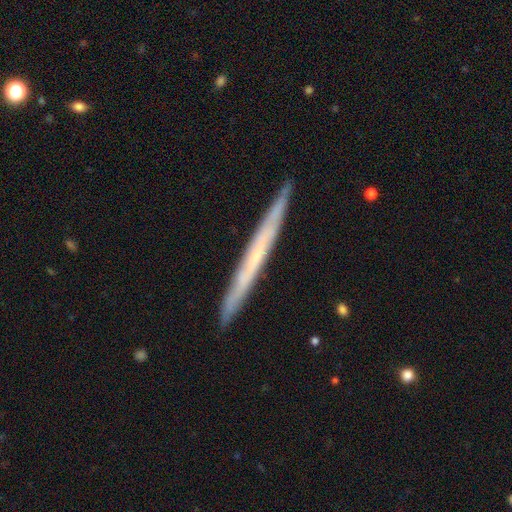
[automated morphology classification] Q: Smooth or featured?
A: featured or disk (61%); runner-up: smooth (33%)
Q: Edge-on disk?
A: yes (95%); runner-up: no (5%)
Q: Edge-on bulge?
A: none (84%); runner-up: rounded (12%)
Q: Merging?
A: none (90%); runner-up: minor disturbance (7%)